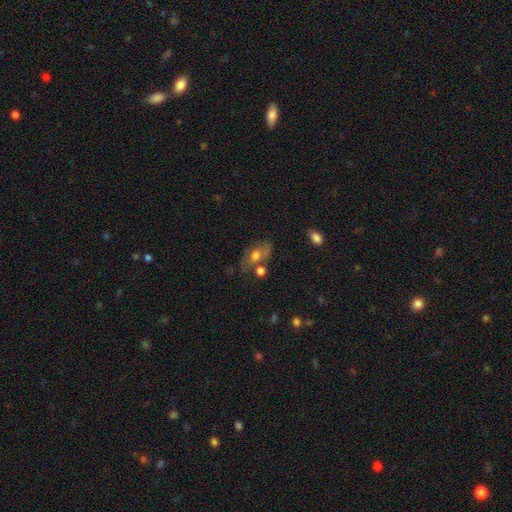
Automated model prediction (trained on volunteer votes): Smooth or featured: smooth — 51% (featured or disk — 38%)
How rounded: in between — 80% (round — 15%)
Merging: none — 56% (minor disturbance — 20%)